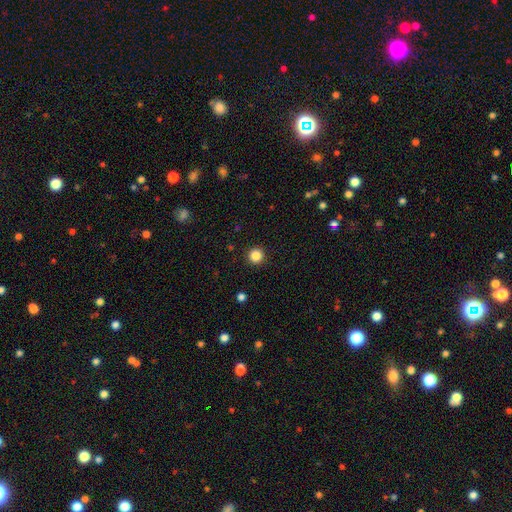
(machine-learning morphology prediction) A smooth galaxy with no disk features (86%) that is round (96%).

Vote fractions:
- Smooth or featured? smooth: 86% / star or artifact: 11% / featured or disk: 3%
- How rounded? round: 96% / in between: 3% / cigar-shaped: 1%
- Merging? none: 93% / minor disturbance: 5% / major disturbance: 2% / merger: 1%